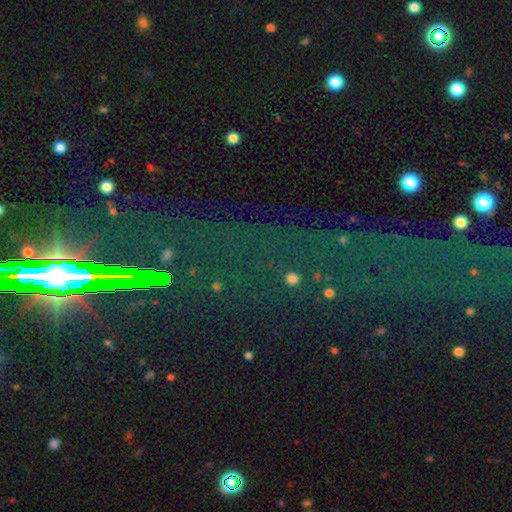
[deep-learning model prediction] Q: Smooth or featured?
A: star or artifact (77%); runner-up: featured or disk (12%)